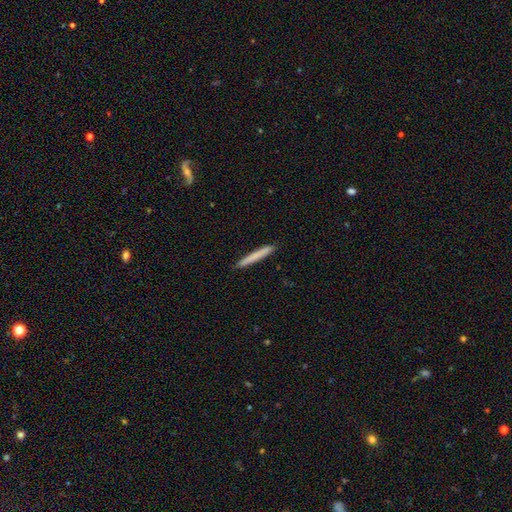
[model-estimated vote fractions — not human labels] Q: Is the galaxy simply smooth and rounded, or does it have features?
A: smooth — 74%.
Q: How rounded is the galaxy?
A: cigar-shaped — 97%.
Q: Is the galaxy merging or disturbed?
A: none — 92%.